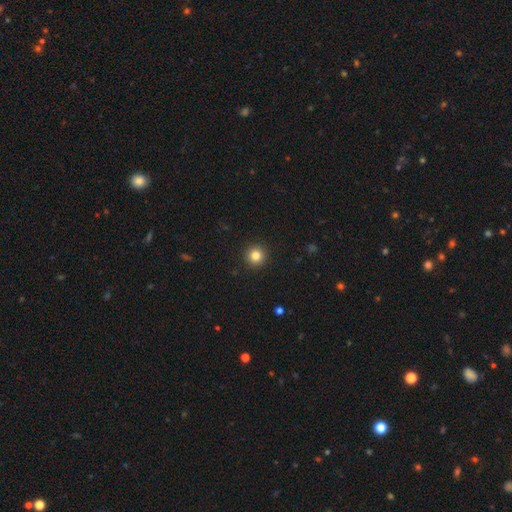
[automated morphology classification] smooth-or-featured: smooth: 83% | star or artifact: 11% | featured or disk: 6%
  how-rounded: round: 96% | in between: 3% | cigar-shaped: 1%
  merging: none: 93% | minor disturbance: 4% | major disturbance: 2% | merger: 1%